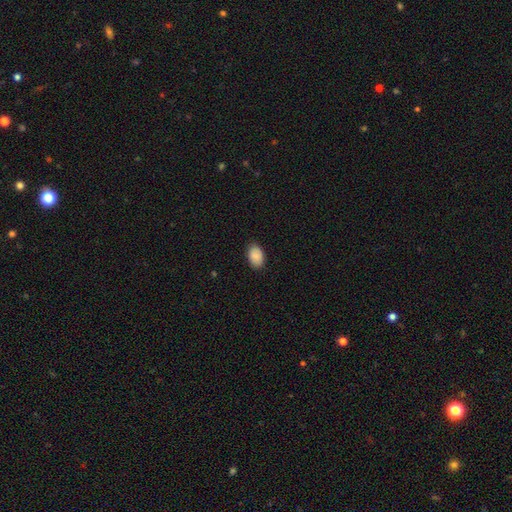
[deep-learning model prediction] This appears to be a smooth galaxy with no disk features (88%) that is in between round and cigar-shaped (88%). Merging: none (86%).